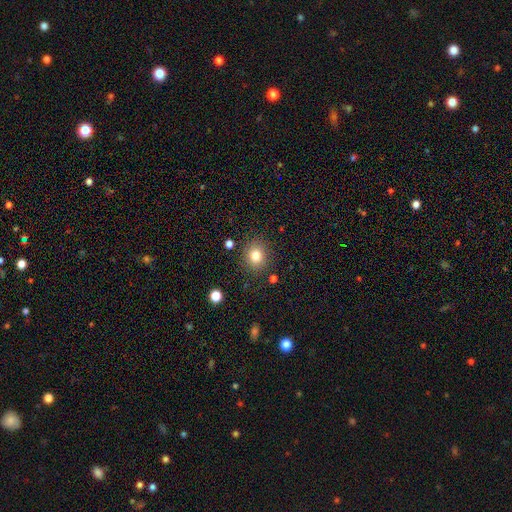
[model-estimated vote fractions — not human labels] Q: Smooth or featured?
A: smooth (79%); runner-up: star or artifact (13%)
Q: How rounded?
A: round (80%); runner-up: in between (19%)
Q: Merging?
A: none (86%); runner-up: minor disturbance (9%)